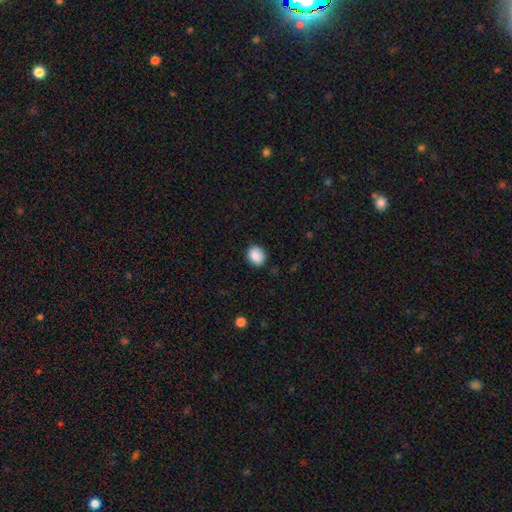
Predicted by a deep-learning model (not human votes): Q: Smooth or featured?
A: smooth (89%); runner-up: star or artifact (8%)
Q: How rounded?
A: round (70%); runner-up: in between (29%)
Q: Merging?
A: none (88%); runner-up: minor disturbance (9%)